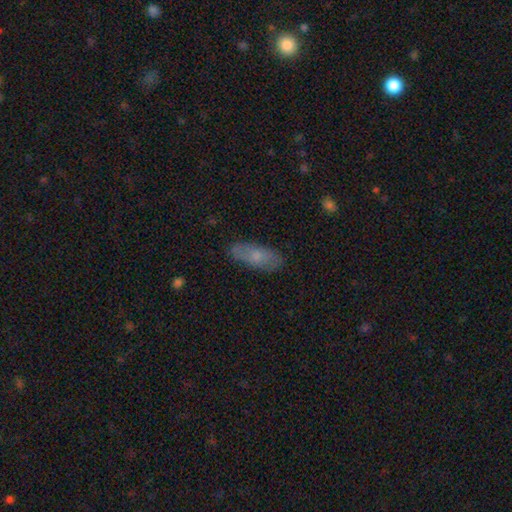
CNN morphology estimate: Q: Smooth or featured?
A: smooth (69%); runner-up: featured or disk (24%)
Q: How rounded?
A: in between (73%); runner-up: cigar-shaped (25%)
Q: Merging?
A: none (83%); runner-up: minor disturbance (13%)